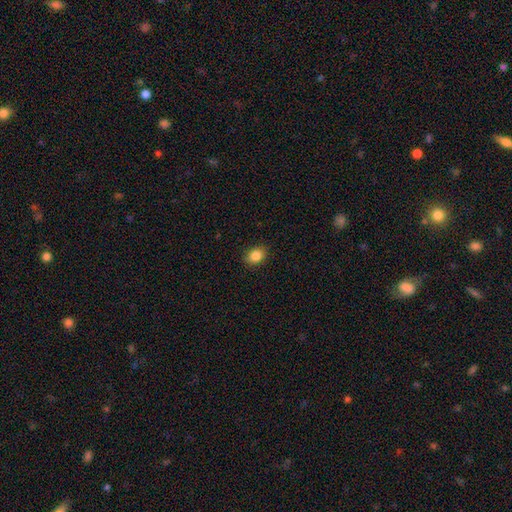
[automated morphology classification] smooth-or-featured: smooth: 86% | star or artifact: 9% | featured or disk: 5%
  how-rounded: in between: 66% | round: 32% | cigar-shaped: 1%
  merging: none: 88% | minor disturbance: 8% | major disturbance: 2% | merger: 1%